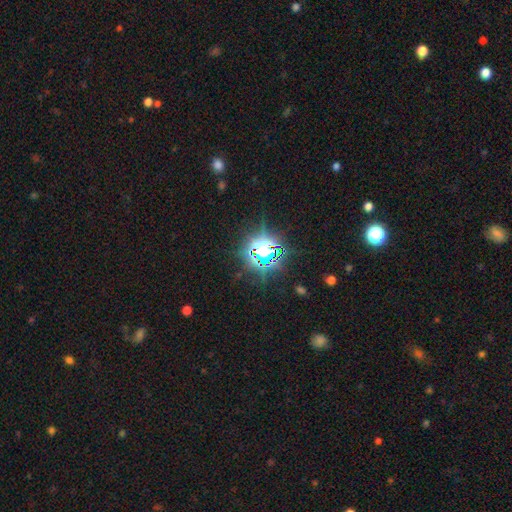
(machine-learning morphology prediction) A star or artifact, not a galaxy (79%).

Vote fractions:
- Smooth or featured? star or artifact: 79% / smooth: 12% / featured or disk: 9%